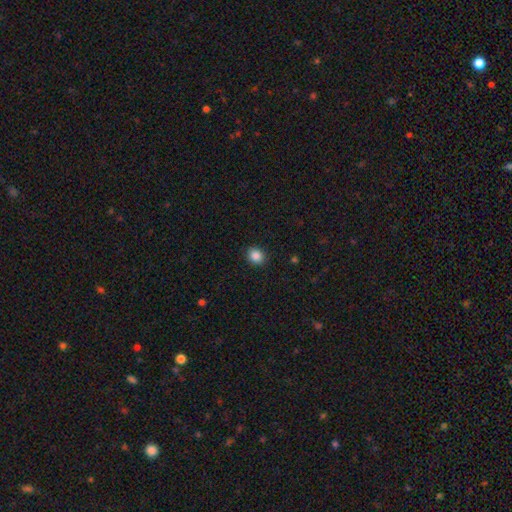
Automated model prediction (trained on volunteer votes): Smooth or featured? Predicted: smooth (p=0.87). How rounded? Predicted: round (p=0.67). Merging? Predicted: none (p=0.90).